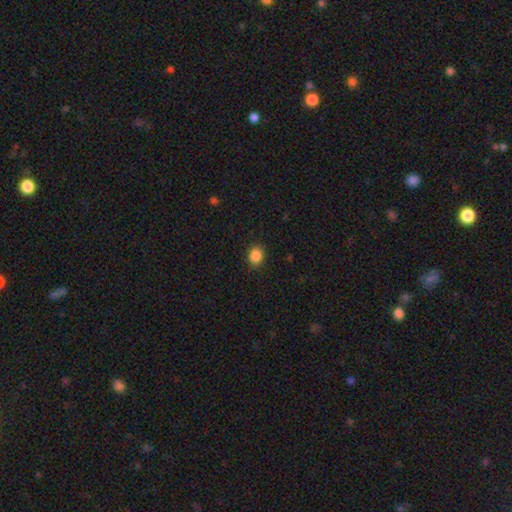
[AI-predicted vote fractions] This appears to be a smooth galaxy with no disk features (87%) that is in between round and cigar-shaped (51%). Merging: none (88%).